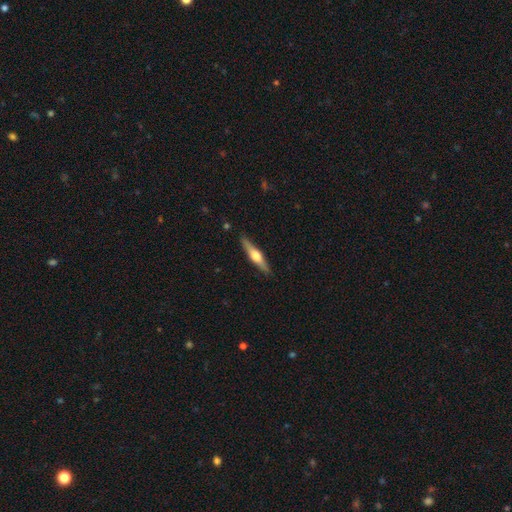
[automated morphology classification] Q: Smooth or featured?
A: featured or disk (67%); runner-up: smooth (28%)
Q: Edge-on disk?
A: yes (97%); runner-up: no (3%)
Q: Edge-on bulge?
A: rounded (94%); runner-up: boxy (4%)
Q: Merging?
A: none (90%); runner-up: minor disturbance (7%)